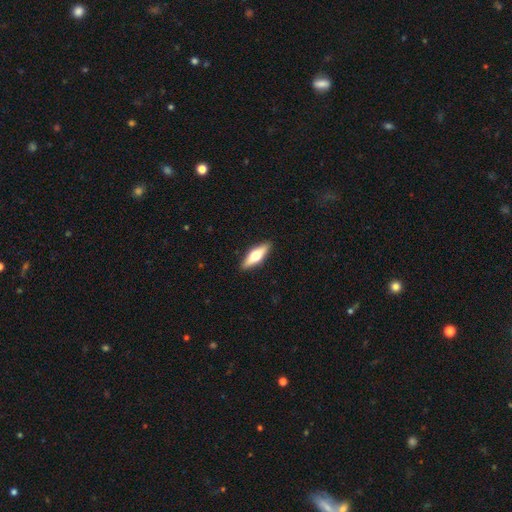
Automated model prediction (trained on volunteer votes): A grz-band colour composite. It shows a smooth galaxy with no disk features (48%). Merging: none (90%).